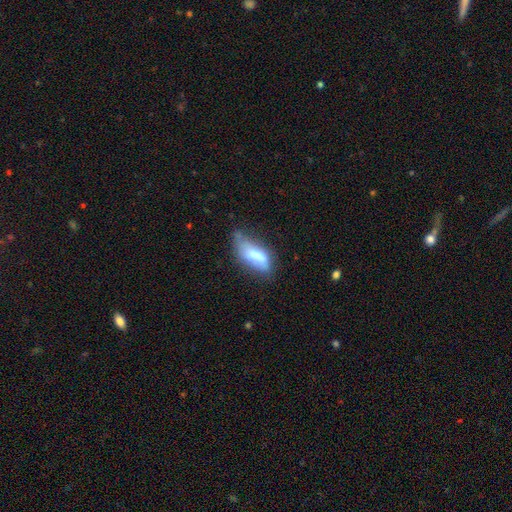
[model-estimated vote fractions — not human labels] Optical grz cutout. It shows a smooth galaxy with no disk features (71%) that is in between round and cigar-shaped (78%). Merging: minor disturbance (39%).